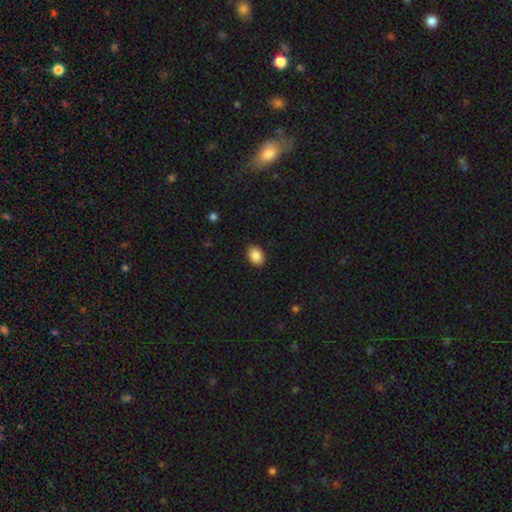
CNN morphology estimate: type=smooth (88%); roundness=in between (80%); merging=none (89%).